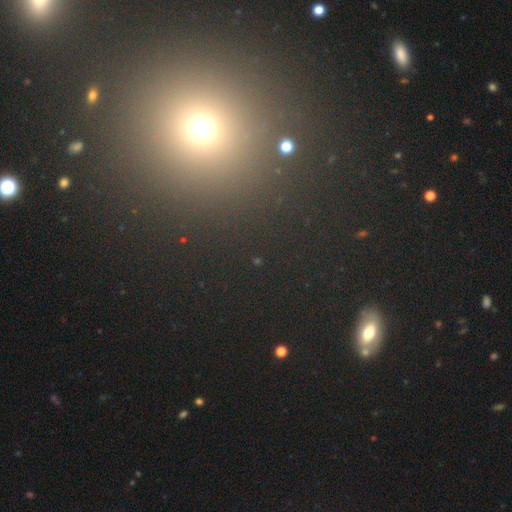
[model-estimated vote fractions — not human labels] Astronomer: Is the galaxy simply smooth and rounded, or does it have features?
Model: smooth — 47% (runner-up: star or artifact, 45%).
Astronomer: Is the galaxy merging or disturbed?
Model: none — 88%.